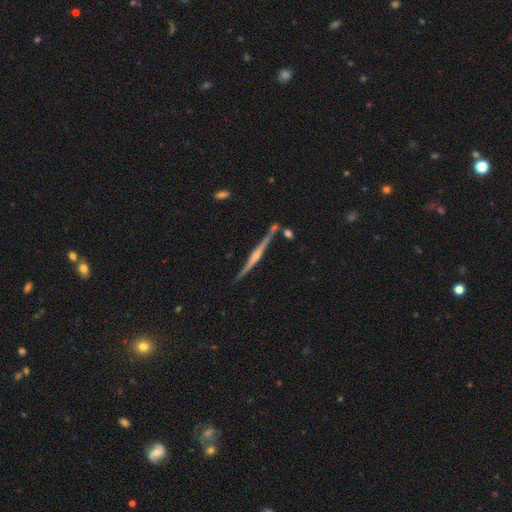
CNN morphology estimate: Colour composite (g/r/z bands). It shows a featured or disk galaxy (82%) viewed edge-on (98%) with a rounded central bulge (74%). Merging: none (84%).